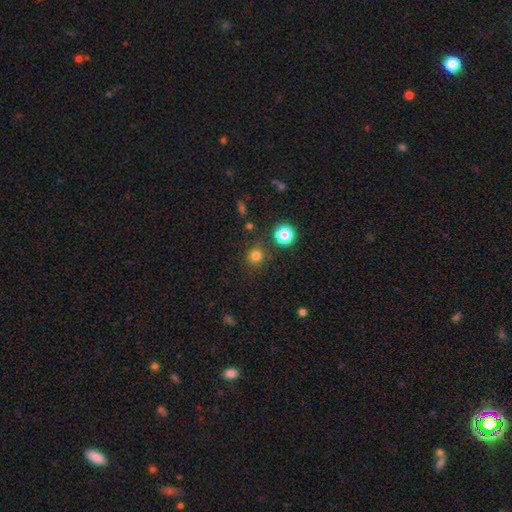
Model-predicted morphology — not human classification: A smooth galaxy with no disk features (79%) that is round (88%).

Vote fractions:
- Smooth or featured? smooth: 79% / star or artifact: 16% / featured or disk: 5%
- How rounded? round: 88% / in between: 11% / cigar-shaped: 1%
- Merging? none: 82% / minor disturbance: 9% / merger: 5% / major disturbance: 4%